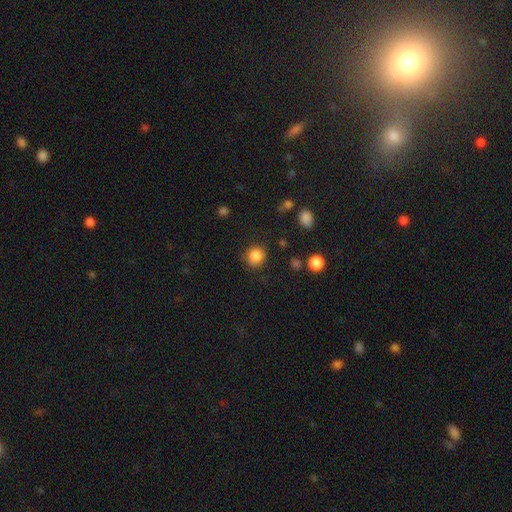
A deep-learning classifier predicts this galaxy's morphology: type=smooth (85%); roundness=round (84%); merging=none (82%).